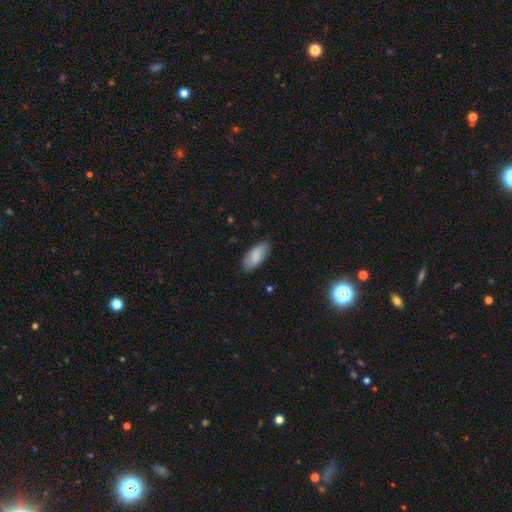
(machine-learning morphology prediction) Smooth or featured: smooth — 85% (featured or disk — 10%)
How rounded: in between — 87% (cigar-shaped — 11%)
Merging: none — 84% (minor disturbance — 13%)